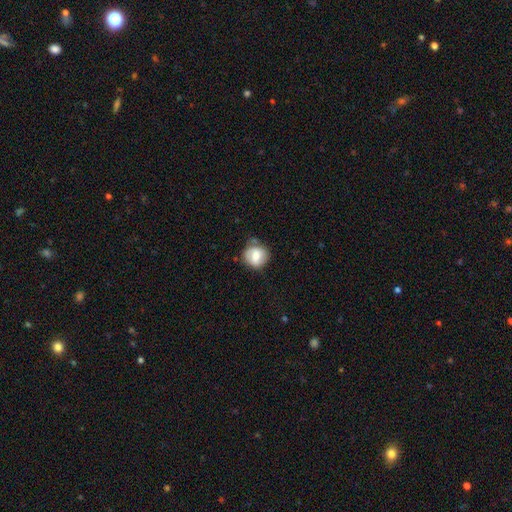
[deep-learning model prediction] This appears to be a smooth galaxy with no disk features (66%) that is round (82%). Merging: none (63%).